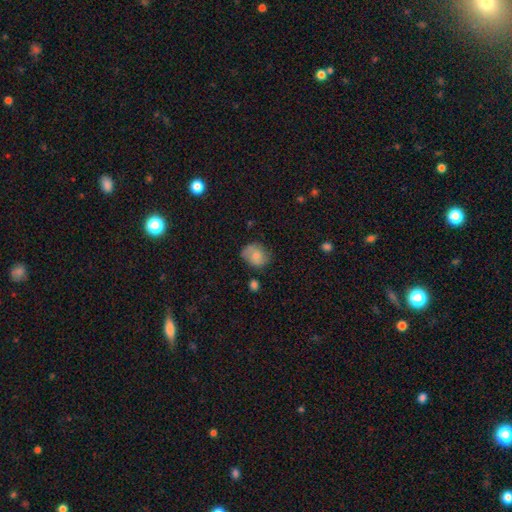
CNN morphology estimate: smooth 70%, featured or disk 22%, star or artifact 9%. Down the decision tree: how rounded — in between (52%); merging — none (62%).